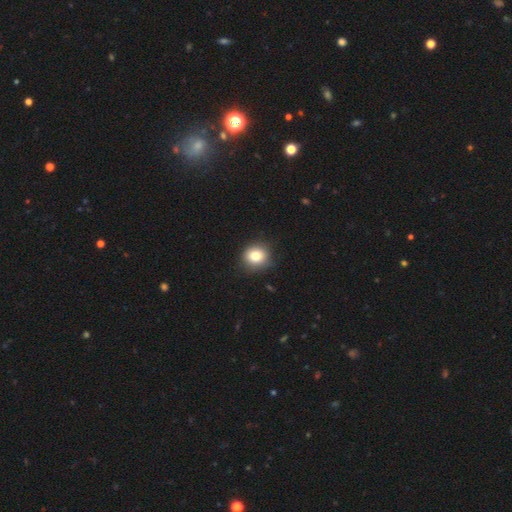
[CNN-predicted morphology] Smooth or featured? Predicted: smooth (p=0.79). How rounded? Predicted: round (p=0.84). Merging? Predicted: none (p=0.85).